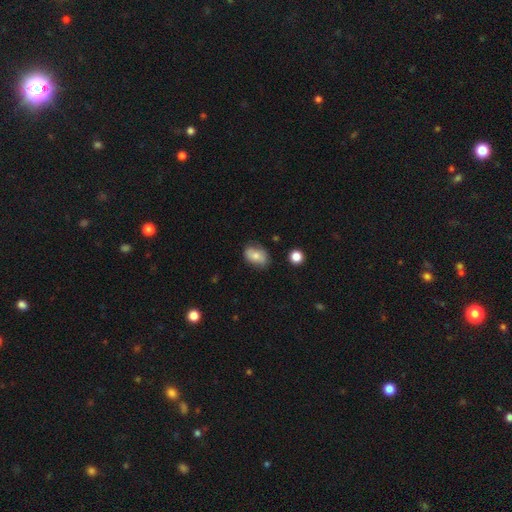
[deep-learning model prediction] The model was most divided on "merging": none: 69%, minor disturbance: 24%, major disturbance: 5%, merger: 2%. More confident: how rounded — in between (83%); smooth or featured — smooth (73%).